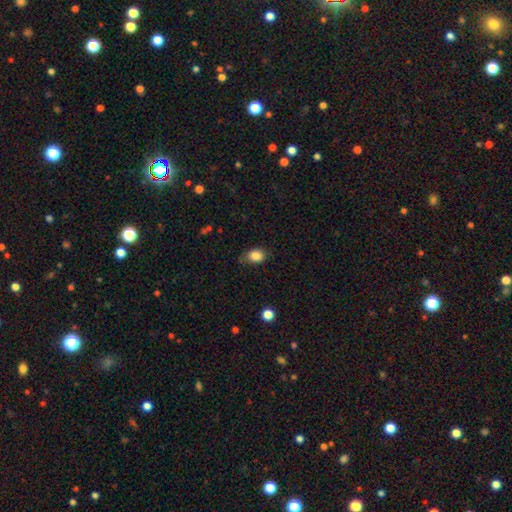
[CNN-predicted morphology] A smooth galaxy with no disk features (85%) that is in between round and cigar-shaped (69%).

Vote fractions:
- Smooth or featured? smooth: 85% / star or artifact: 9% / featured or disk: 6%
- How rounded? in between: 69% / round: 30% / cigar-shaped: 1%
- Merging? none: 66% / minor disturbance: 27% / major disturbance: 6% / merger: 2%